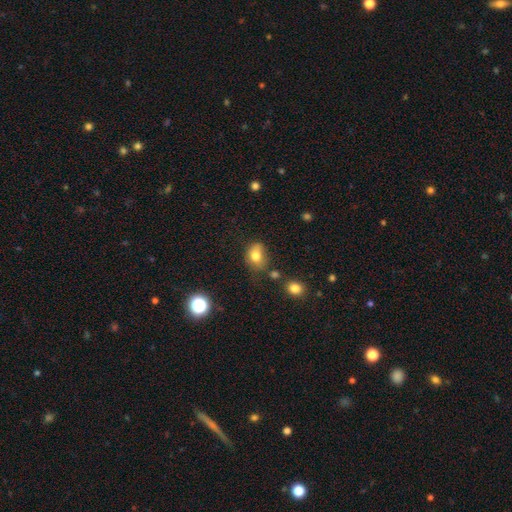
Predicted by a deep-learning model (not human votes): Q: Smooth or featured?
A: smooth (77%); runner-up: featured or disk (12%)
Q: How rounded?
A: in between (65%); runner-up: round (34%)
Q: Merging?
A: none (52%); runner-up: minor disturbance (30%)